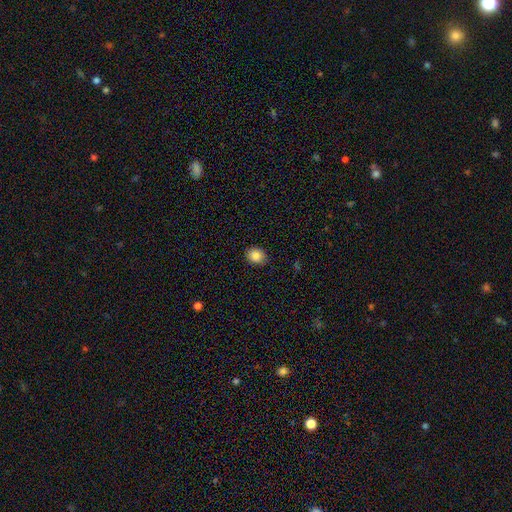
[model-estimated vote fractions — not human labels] A smooth galaxy with no disk features (85%) that is round (65%).

Vote fractions:
- Smooth or featured? smooth: 85% / star or artifact: 9% / featured or disk: 6%
- How rounded? round: 65% / in between: 34% / cigar-shaped: 1%
- Merging? none: 86% / minor disturbance: 11% / major disturbance: 2% / merger: 1%